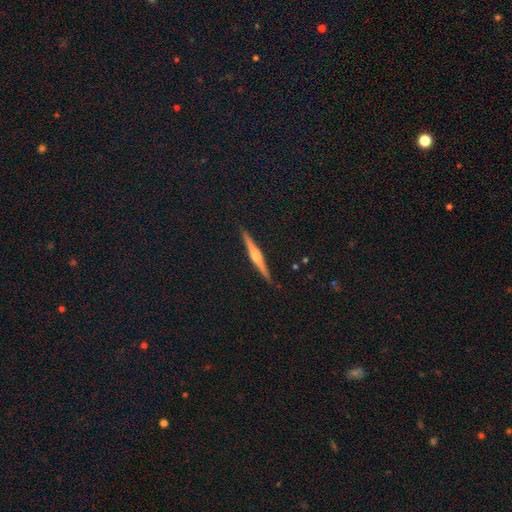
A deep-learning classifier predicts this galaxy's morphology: This is likely a featured or disk galaxy (75%). It is clearly viewed edge-on (98%). Edge-on bulge: clearly rounded (81%). Merging: clearly none (90%).